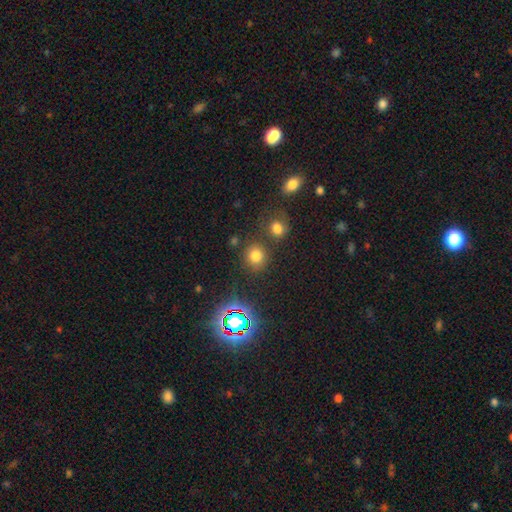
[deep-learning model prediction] Smooth or featured?
  - smooth: 73% *
  - star or artifact: 21%
  - featured or disk: 7%
How rounded?
  - round: 84% *
  - in between: 15%
  - cigar-shaped: 1%
Merging?
  - none: 80% *
  - minor disturbance: 9%
  - merger: 8%
  - major disturbance: 4%